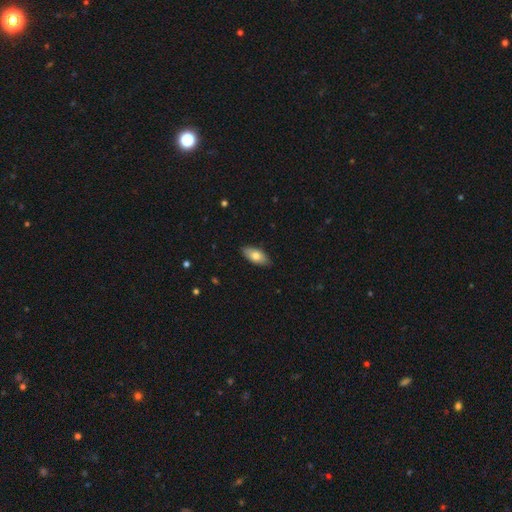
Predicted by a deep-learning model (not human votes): The model was most divided on "smooth or featured": smooth: 74%, featured or disk: 20%, star or artifact: 6%. More confident: how rounded — in between (89%); merging — none (87%).